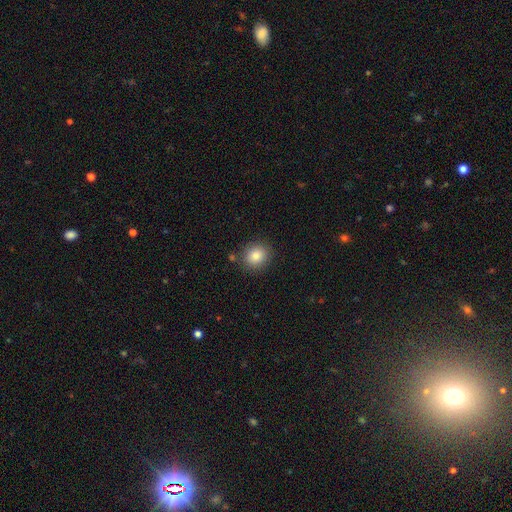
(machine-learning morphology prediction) Smooth or featured? smooth (84%)
How rounded? round (80%)
Merging? none (85%)